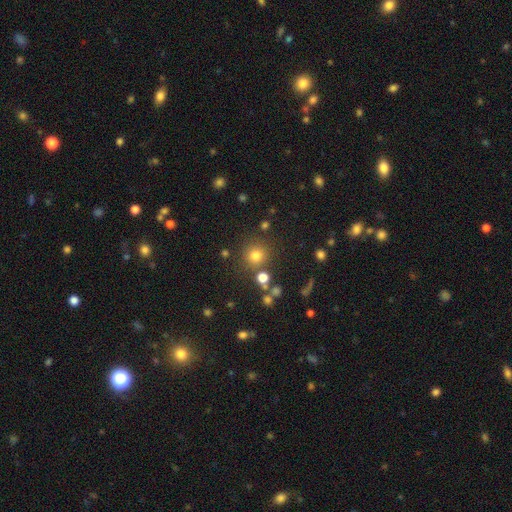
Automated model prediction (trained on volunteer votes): smooth 75%, star or artifact 17%, featured or disk 7%. Down the decision tree: how rounded — round (92%); merging — none (80%).